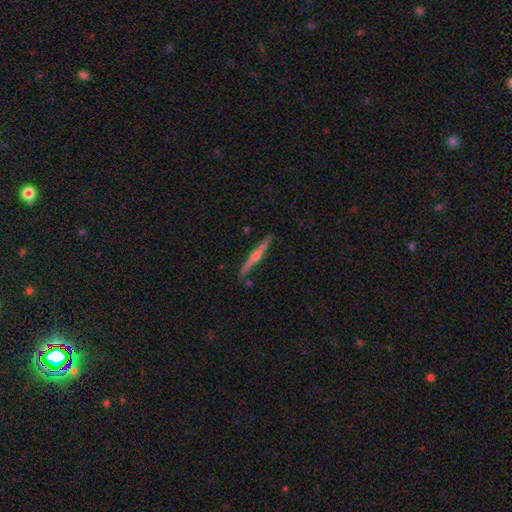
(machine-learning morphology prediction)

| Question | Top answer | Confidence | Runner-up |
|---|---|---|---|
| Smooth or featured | featured or disk | 72% | smooth (22%) |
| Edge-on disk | yes | 98% | no (2%) |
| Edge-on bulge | rounded | 82% | none (11%) |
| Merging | none | 89% | minor disturbance (8%) |